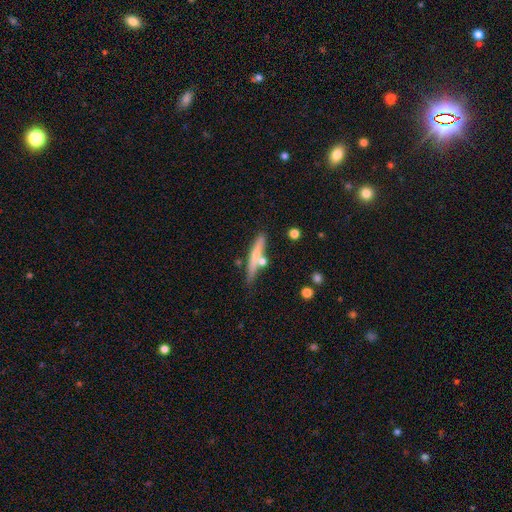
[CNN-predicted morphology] A smooth galaxy with no disk features (53%) that is cigar-shaped (89%).

Vote fractions:
- Smooth or featured? smooth: 53% / featured or disk: 40% / star or artifact: 7%
- How rounded? cigar-shaped: 89% / in between: 8% / round: 3%
- Merging? none: 67% / minor disturbance: 15% / merger: 14% / major disturbance: 4%